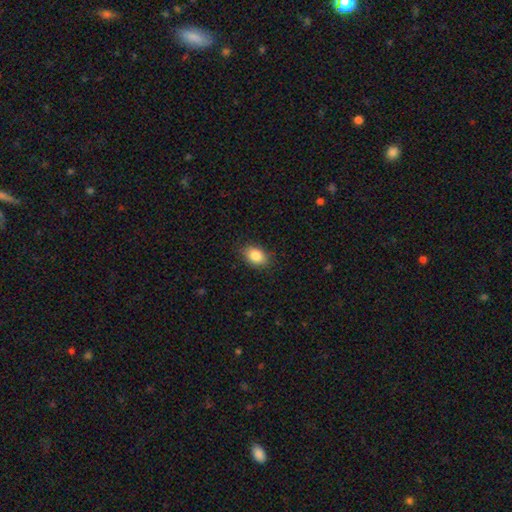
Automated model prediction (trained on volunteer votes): smooth-or-featured: smooth: 85% | star or artifact: 8% | featured or disk: 7%
  how-rounded: in between: 81% | round: 17% | cigar-shaped: 1%
  merging: none: 86% | minor disturbance: 11% | major disturbance: 3% | merger: 1%